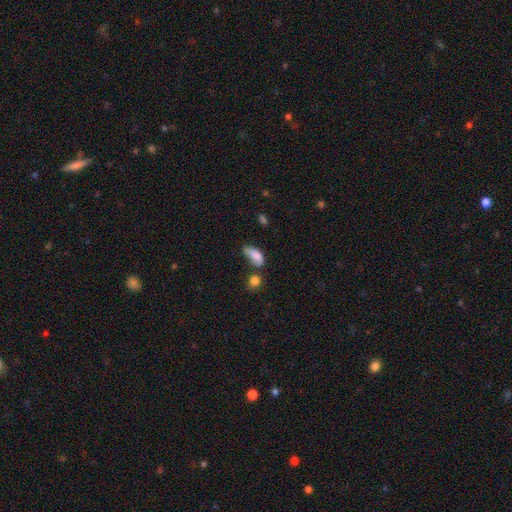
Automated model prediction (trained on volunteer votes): Q: Smooth or featured?
A: smooth (79%); runner-up: featured or disk (12%)
Q: How rounded?
A: in between (85%); runner-up: cigar-shaped (10%)
Q: Merging?
A: minor disturbance (31%); runner-up: none (27%)